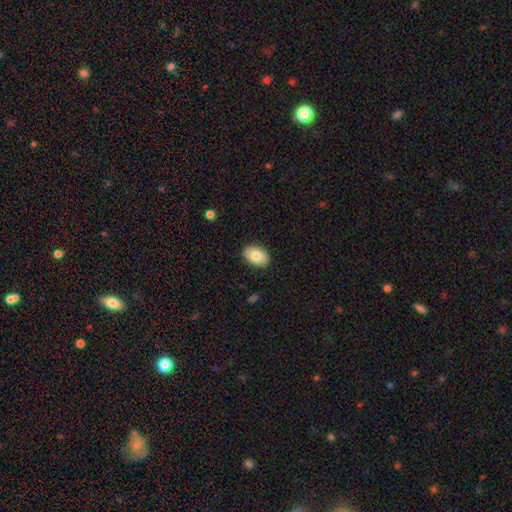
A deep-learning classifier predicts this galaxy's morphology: Smooth or featured? smooth (81%)
How rounded? in between (86%)
Merging? none (88%)